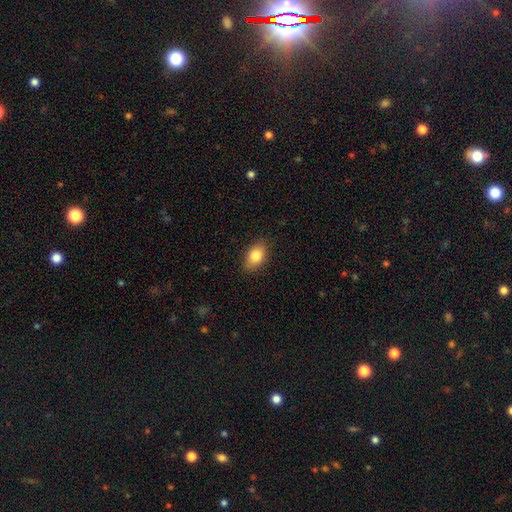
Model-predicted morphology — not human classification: Smooth or featured? smooth (82%)
How rounded? in between (83%)
Merging? none (86%)